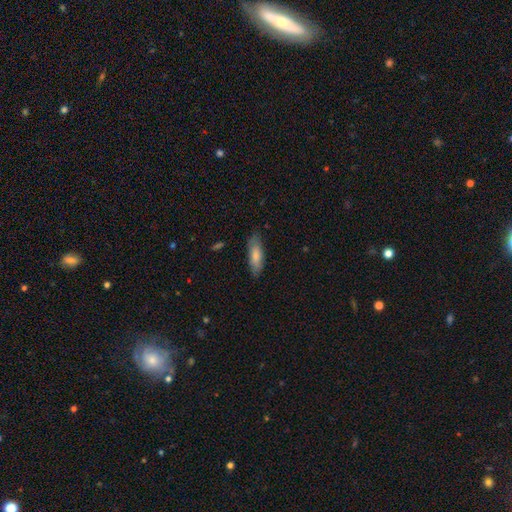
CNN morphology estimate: smooth-or-featured: smooth: 76% | featured or disk: 18% | star or artifact: 6%
  how-rounded: in between: 58% | cigar-shaped: 41% | round: 2%
  merging: none: 80% | minor disturbance: 16% | major disturbance: 3% | merger: 1%